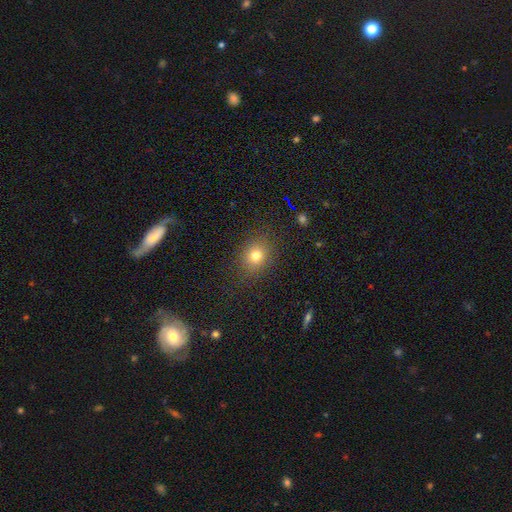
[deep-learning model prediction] The model was most divided on "how rounded": round: 63%, in between: 36%, cigar-shaped: 1%. More confident: merging — none (85%); smooth or featured — smooth (75%).